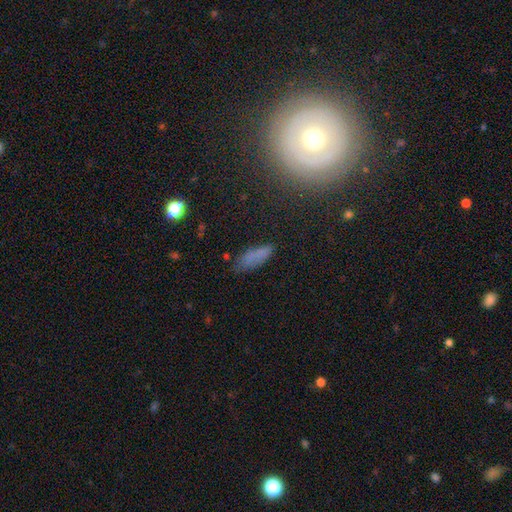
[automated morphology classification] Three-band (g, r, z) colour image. It shows a smooth galaxy with no disk features (71%) that is in between round and cigar-shaped (59%). Merging: none (67%).